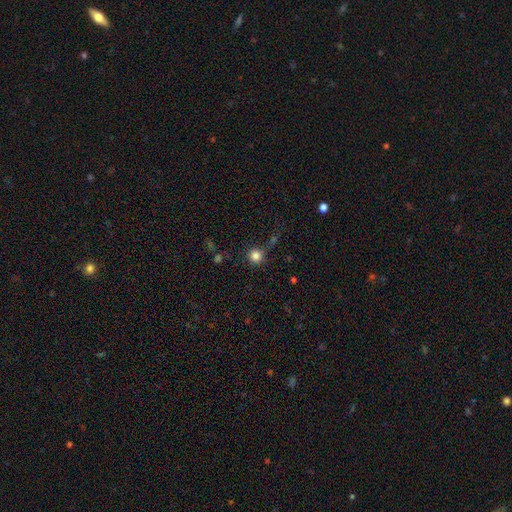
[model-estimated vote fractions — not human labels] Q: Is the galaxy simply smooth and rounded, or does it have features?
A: smooth — 83%.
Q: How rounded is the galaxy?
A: round — 95%.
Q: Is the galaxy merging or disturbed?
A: none — 77%.